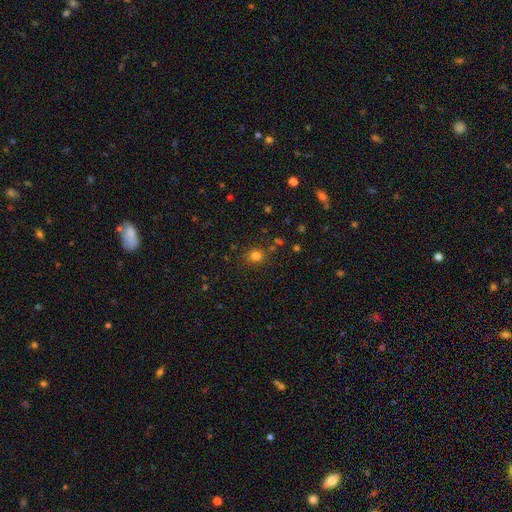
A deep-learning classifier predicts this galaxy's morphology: Q: Smooth or featured?
A: smooth (79%); runner-up: star or artifact (16%)
Q: How rounded?
A: round (83%); runner-up: in between (17%)
Q: Merging?
A: none (83%); runner-up: minor disturbance (10%)